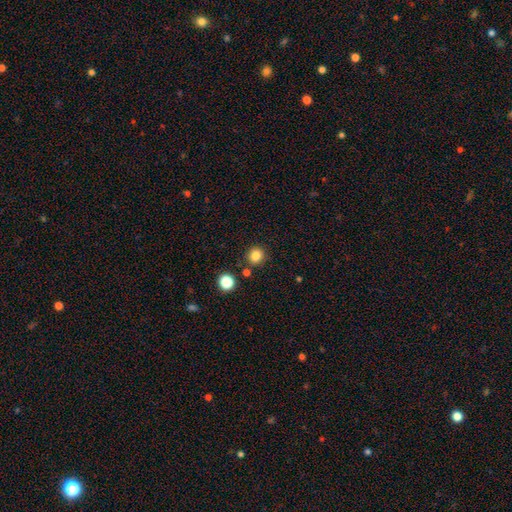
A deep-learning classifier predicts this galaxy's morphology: Q: Smooth or featured?
A: smooth (83%); runner-up: star or artifact (12%)
Q: How rounded?
A: round (90%); runner-up: in between (9%)
Q: Merging?
A: none (85%); runner-up: minor disturbance (7%)